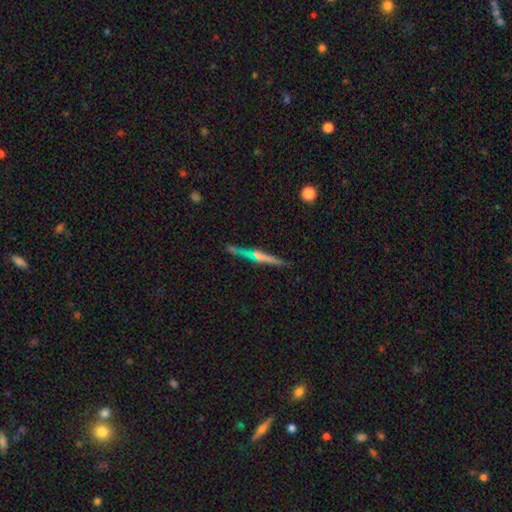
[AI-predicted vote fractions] A featured or disk galaxy (58%) viewed edge-on (96%) with no central bulge (45%).

Vote fractions:
- Smooth or featured? featured or disk: 58% / smooth: 34% / star or artifact: 8%
- Edge-on disk? yes: 96% / no: 4%
- Edge-on bulge? none: 45% / rounded: 44% / boxy: 11%
- Merging? none: 79% / minor disturbance: 12% / merger: 6% / major disturbance: 3%